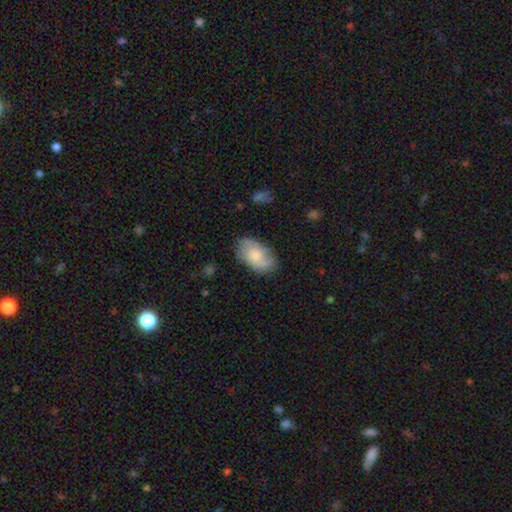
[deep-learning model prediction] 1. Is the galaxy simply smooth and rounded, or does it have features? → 60% smooth, 34% featured or disk, 7% star or artifact.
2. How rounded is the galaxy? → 93% in between, 6% round, 2% cigar-shaped.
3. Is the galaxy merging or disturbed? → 71% none, 21% minor disturbance, 6% major disturbance, 2% merger.